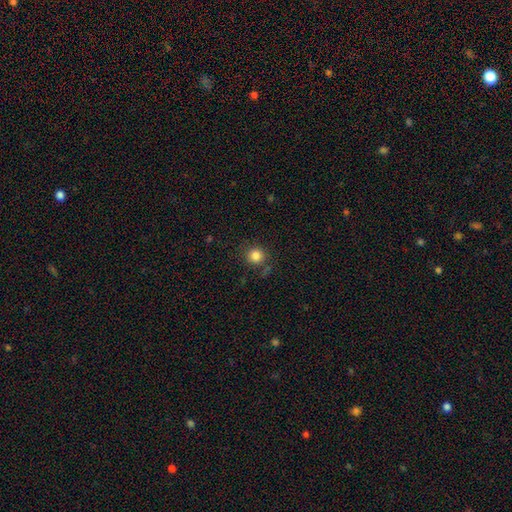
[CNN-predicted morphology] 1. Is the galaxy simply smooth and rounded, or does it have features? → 83% smooth, 12% star or artifact, 5% featured or disk.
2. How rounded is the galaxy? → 92% round, 7% in between, 1% cigar-shaped.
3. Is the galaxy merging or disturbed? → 81% none, 11% minor disturbance, 4% major disturbance, 4% merger.